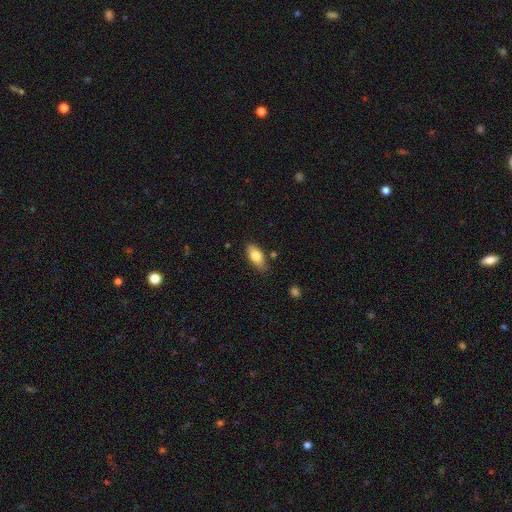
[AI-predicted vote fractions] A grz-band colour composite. It shows a smooth galaxy with no disk features (80%) that is in between round and cigar-shaped (85%). Merging: none (78%).